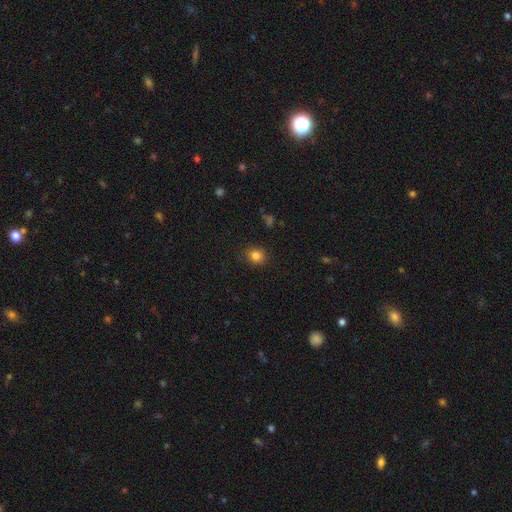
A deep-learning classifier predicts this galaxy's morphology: This appears to be a smooth galaxy with no disk features (83%) that is round (77%). Merging: none (86%).